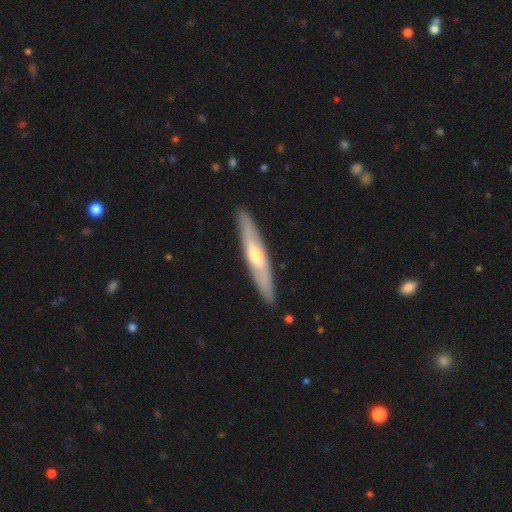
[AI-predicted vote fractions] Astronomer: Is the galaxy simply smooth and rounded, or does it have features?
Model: featured or disk — 57% (runner-up: smooth, 37%).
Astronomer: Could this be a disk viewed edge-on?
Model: yes — 82%.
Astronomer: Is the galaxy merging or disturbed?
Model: none — 89%.